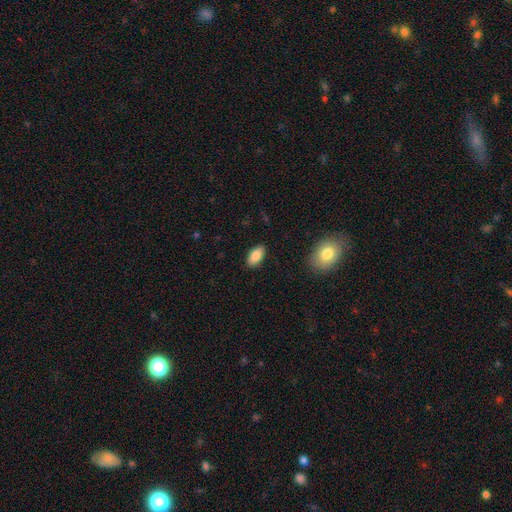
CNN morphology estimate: A smooth galaxy with no disk features (86%) that is in between round and cigar-shaped (94%).

Vote fractions:
- Smooth or featured? smooth: 86% / star or artifact: 7% / featured or disk: 7%
- How rounded? in between: 94% / cigar-shaped: 3% / round: 3%
- Merging? none: 88% / minor disturbance: 9% / major disturbance: 2% / merger: 1%